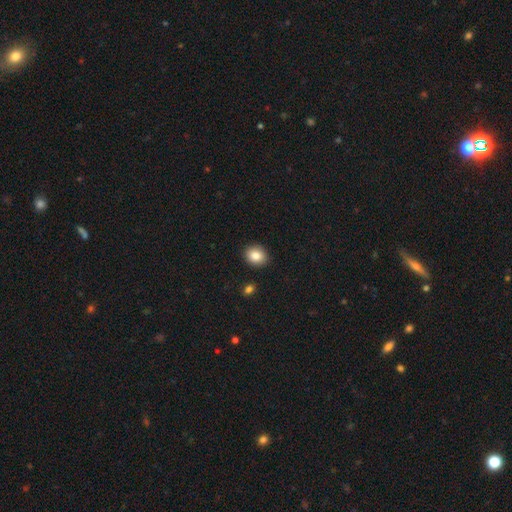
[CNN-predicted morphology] type=smooth (84%); roundness=round (65%); merging=none (90%).